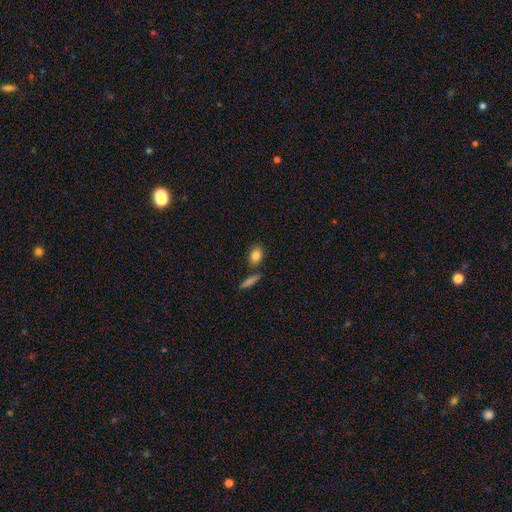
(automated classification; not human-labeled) Smooth or featured: smooth — 84% (featured or disk — 8%)
How rounded: in between — 71% (round — 24%)
Merging: none — 73% (merger — 12%)